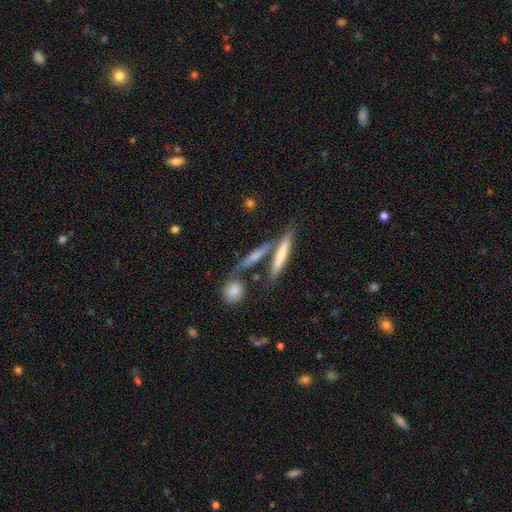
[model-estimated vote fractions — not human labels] Overall: smooth (51%; featured or disk 41%). How rounded: cigar-shaped (80%). Merging: none (57%; merger 25%).